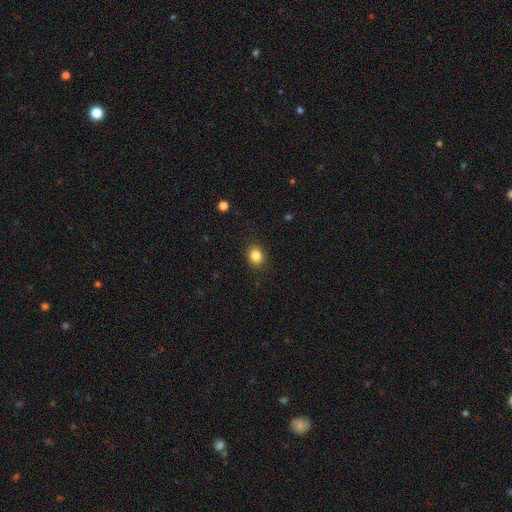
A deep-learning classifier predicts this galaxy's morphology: smooth-or-featured: smooth: 85% | star or artifact: 10% | featured or disk: 5%
  how-rounded: round: 57% | in between: 42% | cigar-shaped: 1%
  merging: none: 89% | minor disturbance: 8% | major disturbance: 2% | merger: 1%